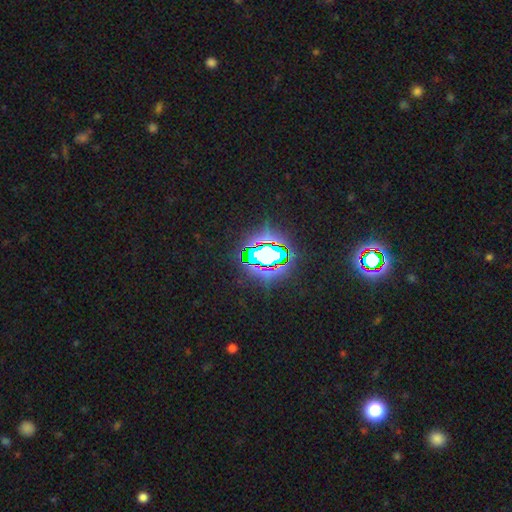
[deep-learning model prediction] Smooth or featured? star or artifact (81%)